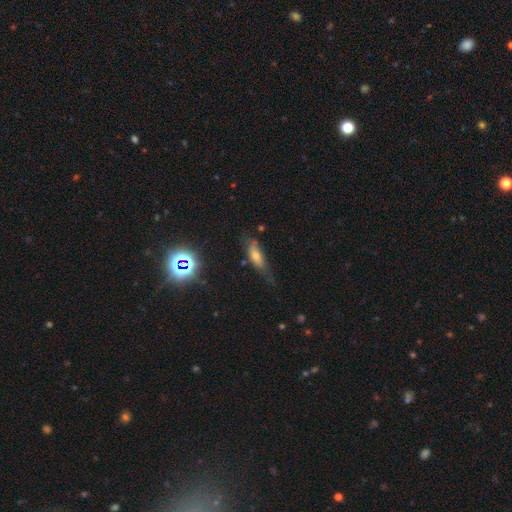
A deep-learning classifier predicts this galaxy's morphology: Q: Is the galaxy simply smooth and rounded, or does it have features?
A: smooth — 54%.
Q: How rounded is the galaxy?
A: in between — 57%.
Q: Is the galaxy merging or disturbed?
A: none — 50%.